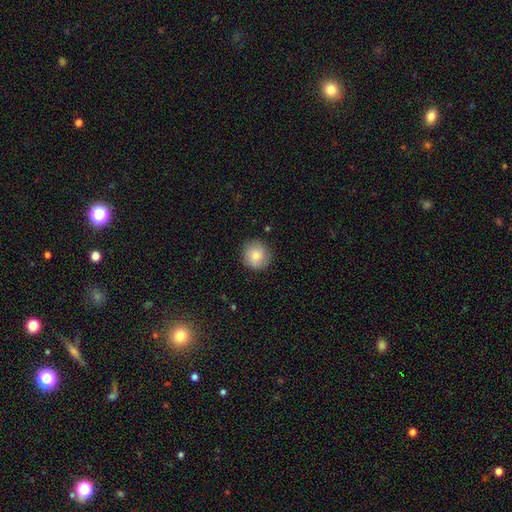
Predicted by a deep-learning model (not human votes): Overall: smooth (79%). How rounded: round (92%). Merging: none (87%).